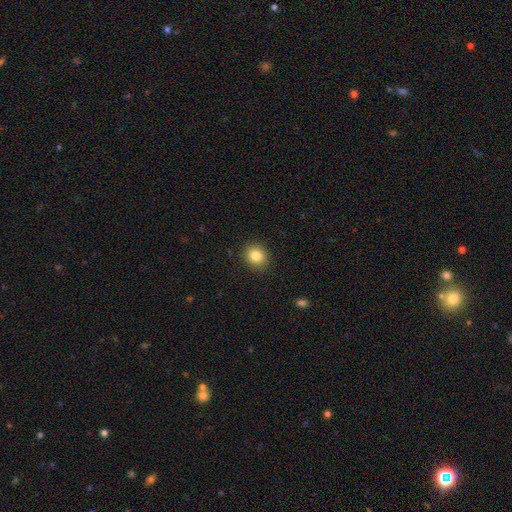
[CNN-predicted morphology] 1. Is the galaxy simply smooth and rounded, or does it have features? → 84% smooth, 10% star or artifact, 6% featured or disk.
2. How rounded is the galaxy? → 69% round, 30% in between, 1% cigar-shaped.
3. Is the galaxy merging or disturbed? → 89% none, 8% minor disturbance, 2% major disturbance, 1% merger.